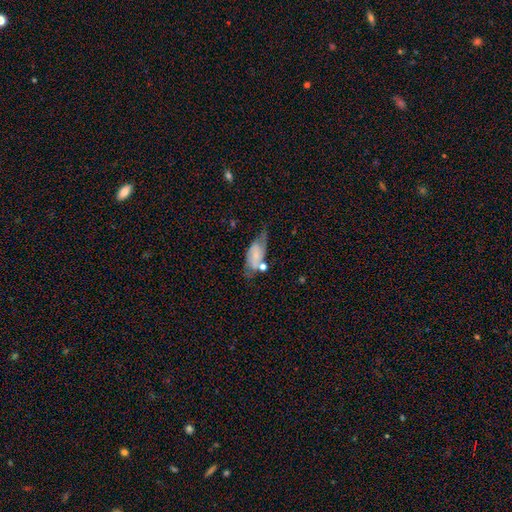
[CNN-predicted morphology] smooth-or-featured: featured or disk: 53% | smooth: 39% | star or artifact: 8%
  disk-edge-on: no: 91% | yes: 9%
  merging: none: 45% | minor disturbance: 29% | major disturbance: 14% | merger: 12%